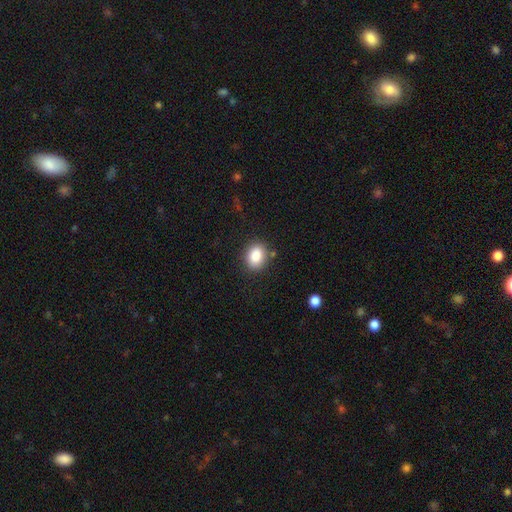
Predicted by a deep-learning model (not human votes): Smooth or featured: smooth — 87% (star or artifact — 8%)
How rounded: in between — 58% (round — 41%)
Merging: none — 84% (minor disturbance — 10%)